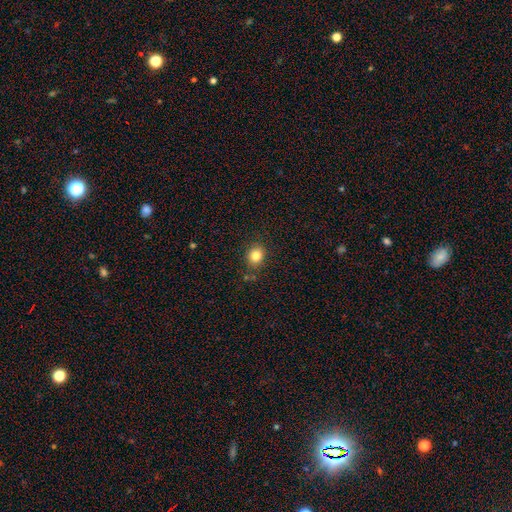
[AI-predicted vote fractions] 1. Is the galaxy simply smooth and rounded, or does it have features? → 82% smooth, 11% star or artifact, 6% featured or disk.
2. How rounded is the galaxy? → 70% round, 30% in between, 1% cigar-shaped.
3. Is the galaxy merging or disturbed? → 83% none, 11% minor disturbance, 3% merger, 3% major disturbance.